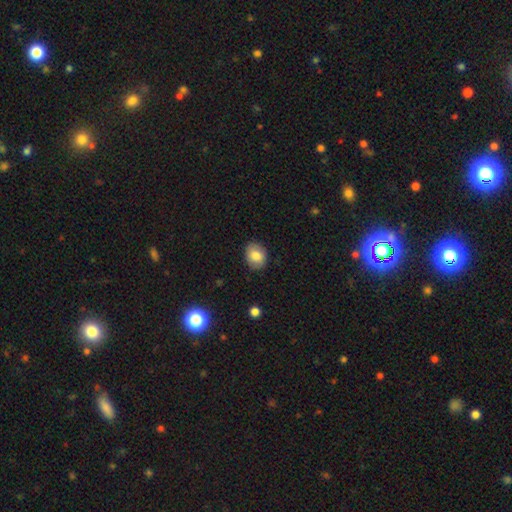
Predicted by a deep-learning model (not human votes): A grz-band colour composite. It shows a smooth galaxy with no disk features (82%) that is in between round and cigar-shaped (54%). Merging: none (85%).